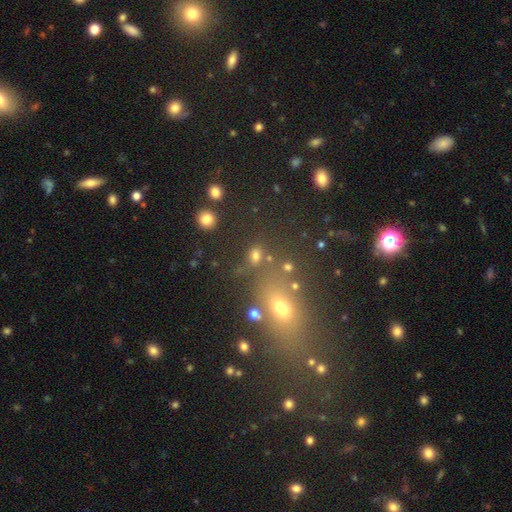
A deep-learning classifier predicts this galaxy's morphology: type=smooth (74%); roundness=in between (66%); merging=none (63%).